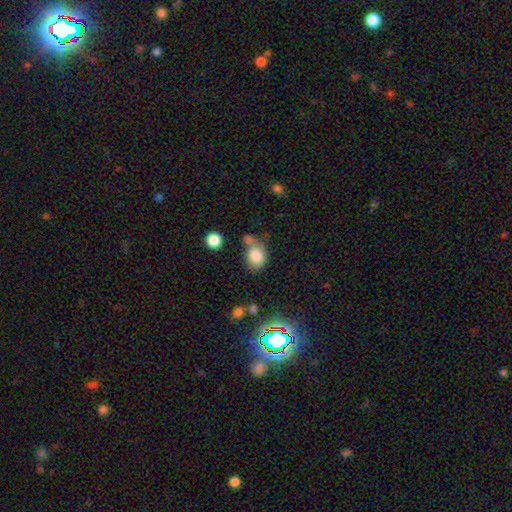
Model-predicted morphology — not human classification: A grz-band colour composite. It shows a smooth galaxy with no disk features (81%) that is in between round and cigar-shaped (59%). Merging: none (48%).